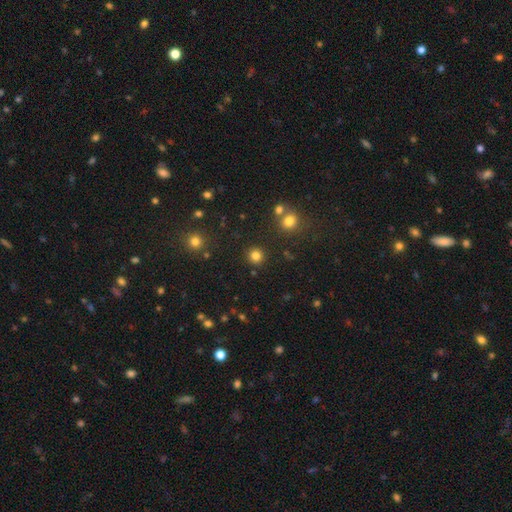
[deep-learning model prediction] This is clearly a smooth galaxy (81%). How rounded: clearly round (93%). Merging: clearly none (90%).